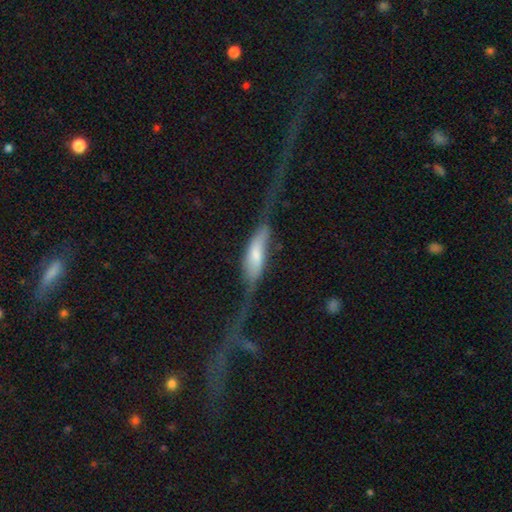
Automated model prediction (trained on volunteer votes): Smooth or featured: featured or disk — 54% (smooth — 40%)
Edge-on disk: yes — 55% (no — 45%)
Merging: major disturbance — 51% (none — 24%)